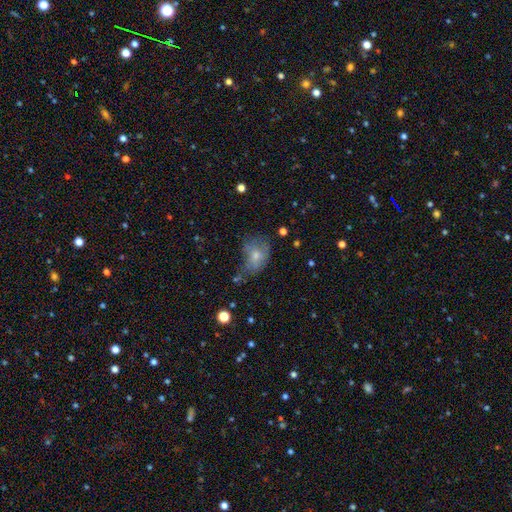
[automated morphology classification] The model was most divided on "merging": none: 38%, minor disturbance: 31%, major disturbance: 24%, merger: 7%. More confident: how rounded — in between (65%); smooth or featured — smooth (52%).